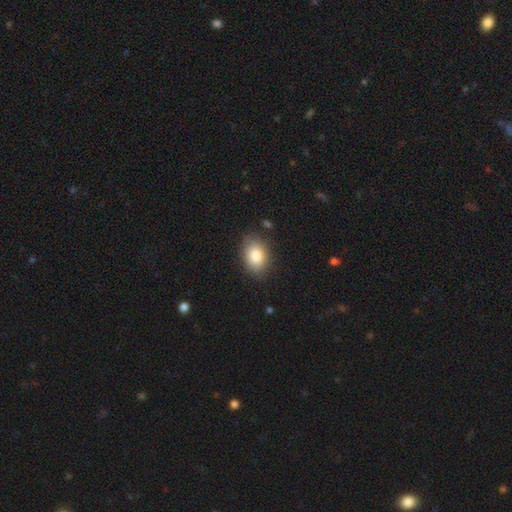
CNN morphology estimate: Q: Smooth or featured?
A: smooth (85%); runner-up: featured or disk (8%)
Q: How rounded?
A: in between (80%); runner-up: round (19%)
Q: Merging?
A: none (82%); runner-up: minor disturbance (13%)